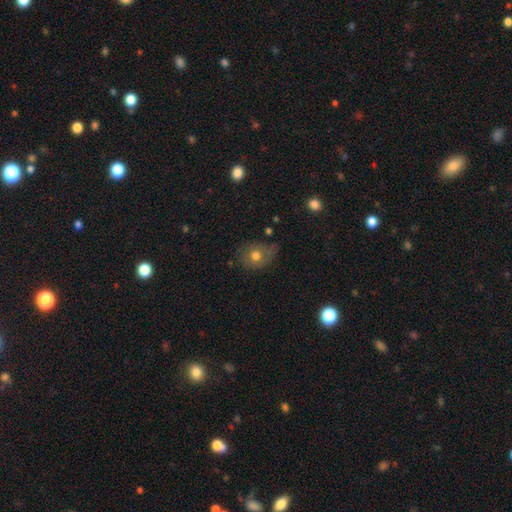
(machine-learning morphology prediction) A smooth galaxy with no disk features (68%) that is round (60%). Merging: none (59%).